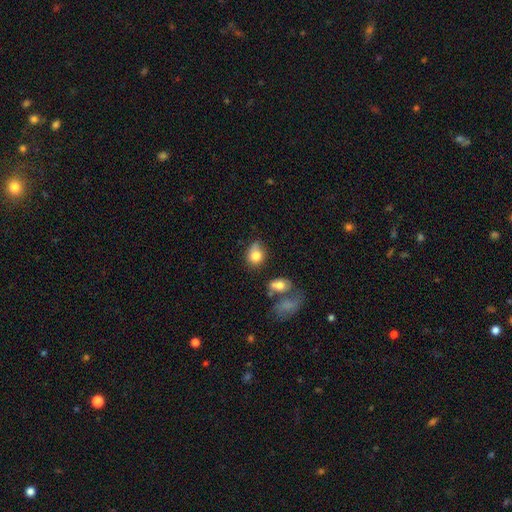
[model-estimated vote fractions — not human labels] Morphology: type=smooth (79%); roundness=round (55%); merging=none (42%).